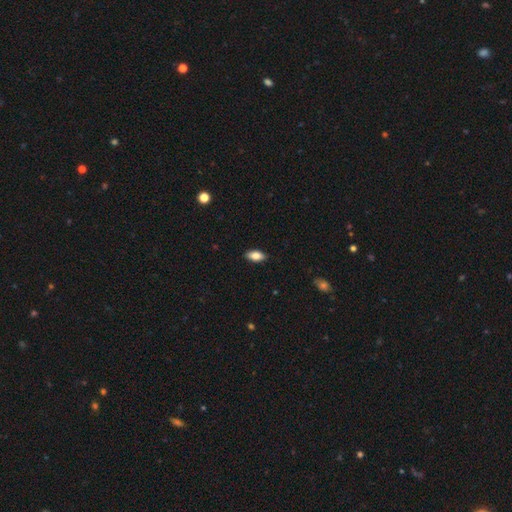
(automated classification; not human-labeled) smooth 83%, featured or disk 10%, star or artifact 7%. Down the decision tree: how rounded — in between (90%); merging — none (88%).